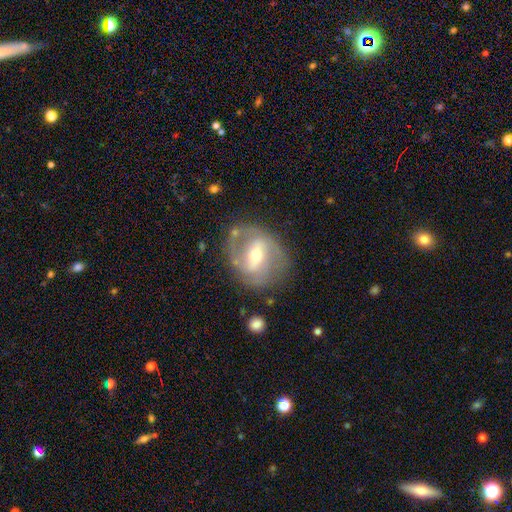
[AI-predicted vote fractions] A featured or disk galaxy (78%) with a strong bar (43%), 2 (75%) medium (46%) spiral arms (81%) and a moderate central bulge (59%).

Vote fractions:
- Smooth or featured? featured or disk: 78% / smooth: 16% / star or artifact: 6%
- Edge-on disk? no: 95% / yes: 5%
- Bar? strong: 43% / weak: 42% / no: 15%
- Spiral arms? yes: 81% / no: 19%
- Spiral winding? medium: 46% / tight: 30% / loose: 24%
- Spiral arm count? 2: 75% / can't tell: 13% / 3: 6% / 1: 4% / 4: 2% / more than 4: 1%
- Bulge size? moderate: 59% / small: 35% / large: 4% / none: 1% / dominant: 1%
- Merging? none: 71% / minor disturbance: 17% / major disturbance: 8% / merger: 3%